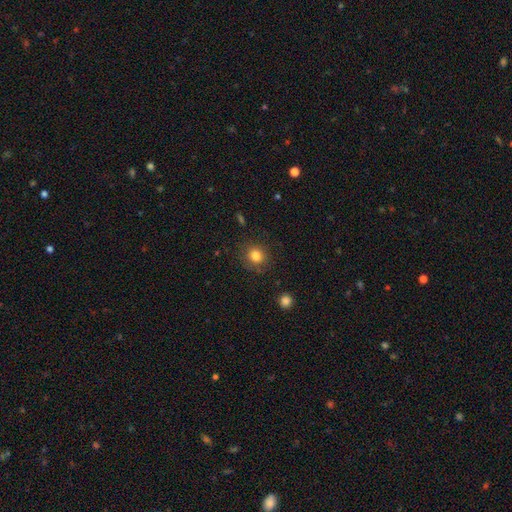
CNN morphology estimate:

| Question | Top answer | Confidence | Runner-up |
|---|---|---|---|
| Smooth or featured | smooth | 82% | star or artifact (11%) |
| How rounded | round | 84% | in between (15%) |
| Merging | none | 83% | minor disturbance (11%) |